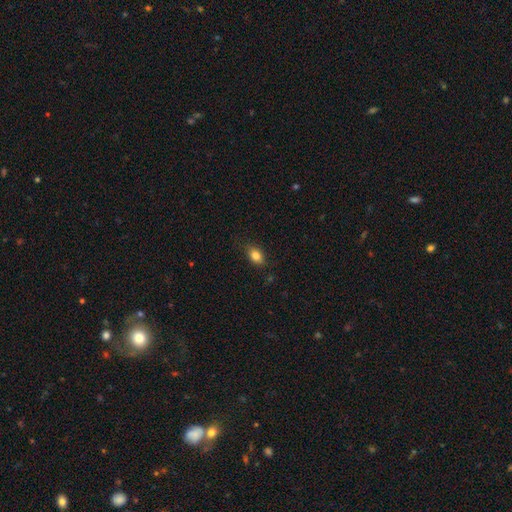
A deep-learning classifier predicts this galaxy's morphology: Smooth or featured? smooth (84%)
How rounded? in between (78%)
Merging? none (82%)